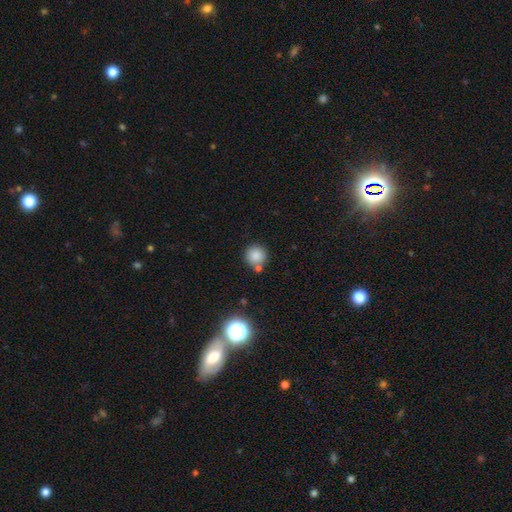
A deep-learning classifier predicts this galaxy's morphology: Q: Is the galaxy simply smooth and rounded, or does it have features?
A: smooth — 84%.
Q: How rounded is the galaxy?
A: round — 93%.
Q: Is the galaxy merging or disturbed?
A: none — 73%.